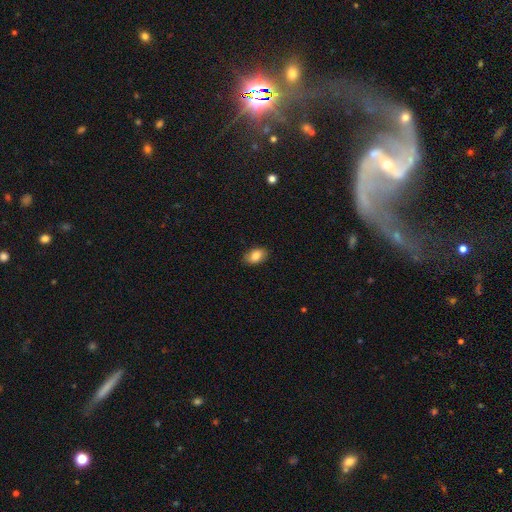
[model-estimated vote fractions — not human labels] Smooth or featured? smooth (83%)
How rounded? in between (88%)
Merging? none (85%)